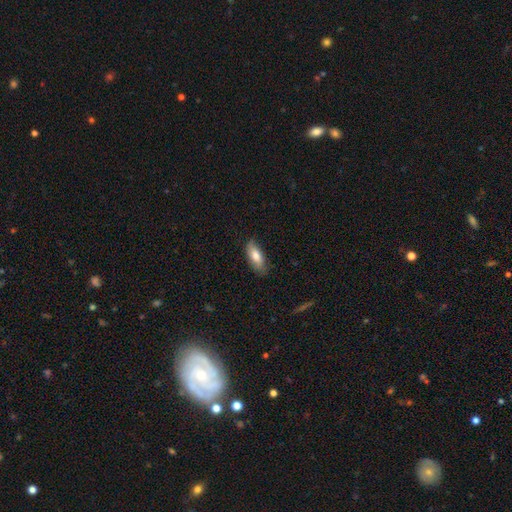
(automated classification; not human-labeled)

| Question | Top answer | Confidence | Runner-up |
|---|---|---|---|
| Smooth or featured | smooth | 77% | featured or disk (17%) |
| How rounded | in between | 80% | cigar-shaped (18%) |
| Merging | none | 78% | minor disturbance (18%) |